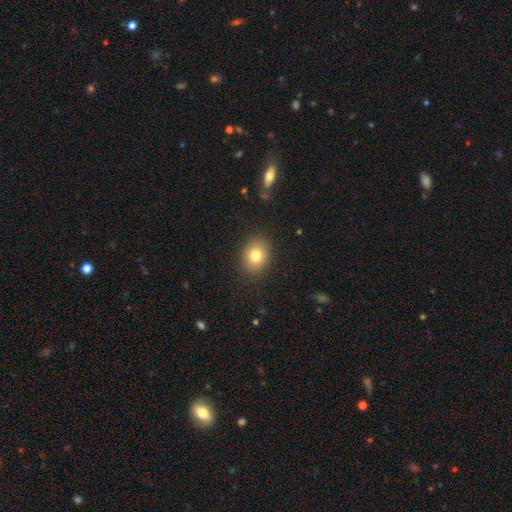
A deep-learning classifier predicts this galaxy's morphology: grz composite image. It shows a smooth galaxy with no disk features (80%) that is in between round and cigar-shaped (53%). Merging: none (88%).